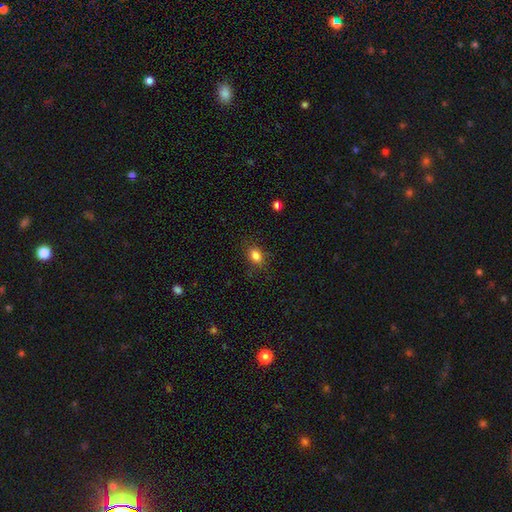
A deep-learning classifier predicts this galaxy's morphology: Smooth or featured: smooth — 84% (star or artifact — 10%)
How rounded: in between — 72% (round — 26%)
Merging: none — 83% (minor disturbance — 13%)